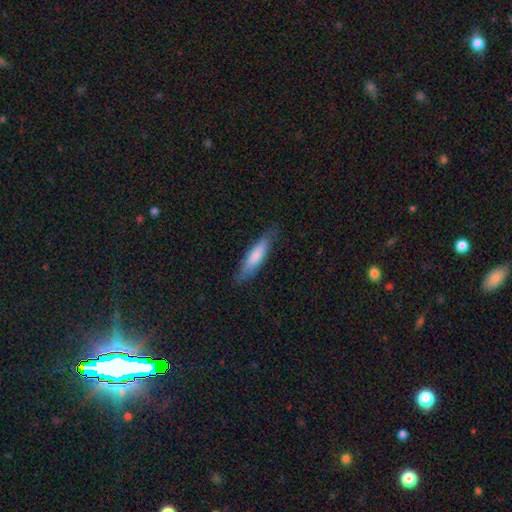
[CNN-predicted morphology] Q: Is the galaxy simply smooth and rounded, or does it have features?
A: smooth — 77%.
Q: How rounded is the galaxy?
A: cigar-shaped — 73%.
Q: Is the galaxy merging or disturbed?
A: none — 79%.